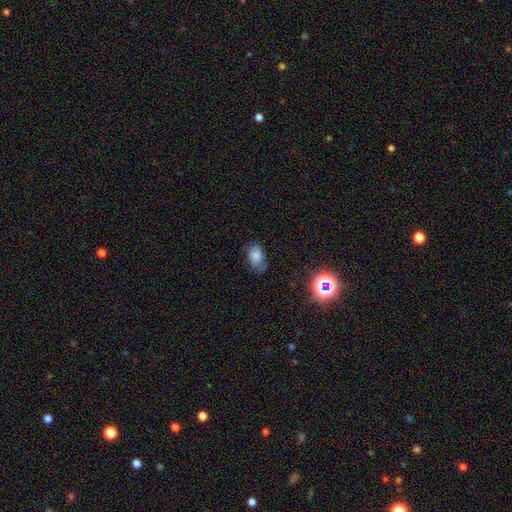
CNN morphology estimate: A smooth galaxy with no disk features (76%) that is in between round and cigar-shaped (87%).

Vote fractions:
- Smooth or featured? smooth: 76% / star or artifact: 13% / featured or disk: 12%
- How rounded? in between: 87% / round: 12% / cigar-shaped: 1%
- Merging? none: 59% / minor disturbance: 28% / major disturbance: 10% / merger: 2%